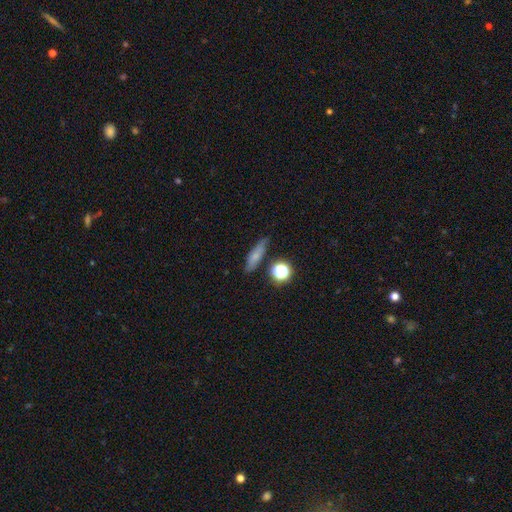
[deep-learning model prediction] The model was most divided on "how rounded": cigar-shaped: 58%, in between: 30%, round: 11%. More confident: merging — none (74%); smooth or featured — smooth (63%).